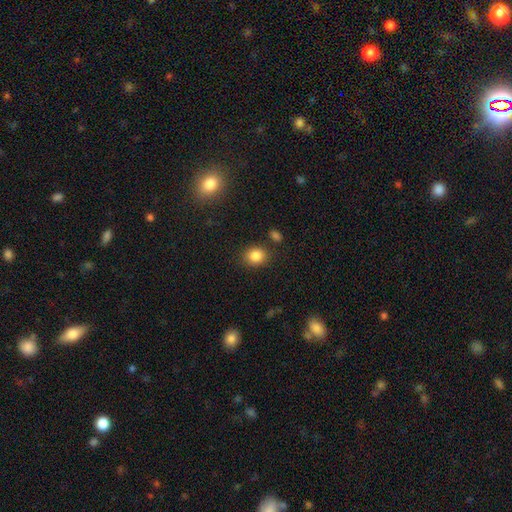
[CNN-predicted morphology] Smooth or featured? smooth (85%)
How rounded? round (64%)
Merging? none (83%)